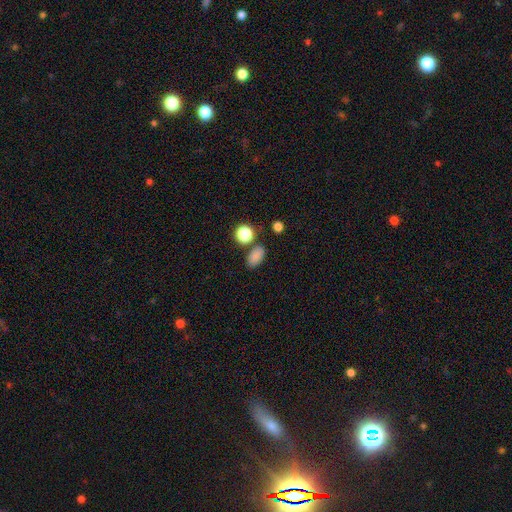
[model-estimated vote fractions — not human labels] Q: Smooth or featured?
A: smooth (84%); runner-up: star or artifact (12%)
Q: How rounded?
A: in between (87%); runner-up: round (11%)
Q: Merging?
A: none (78%); runner-up: minor disturbance (12%)